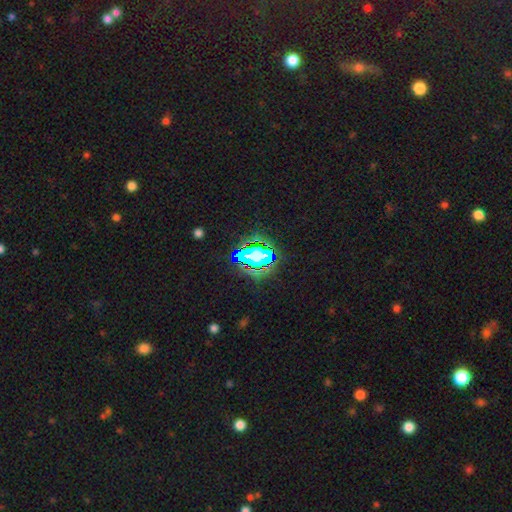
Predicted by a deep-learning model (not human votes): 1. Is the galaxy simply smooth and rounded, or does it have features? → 56% star or artifact, 28% smooth, 16% featured or disk.